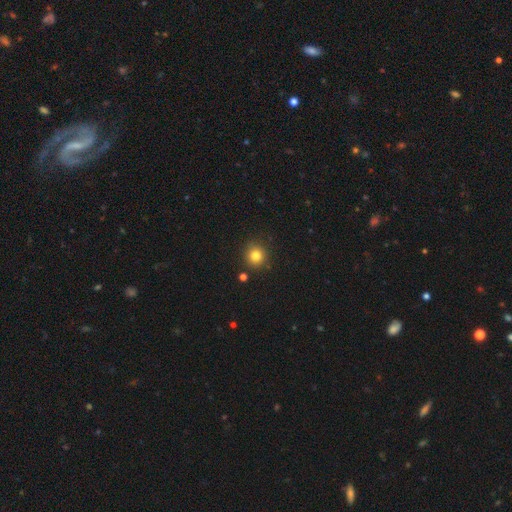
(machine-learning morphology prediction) A smooth galaxy with no disk features (82%) that is round (92%). Merging: none (87%).